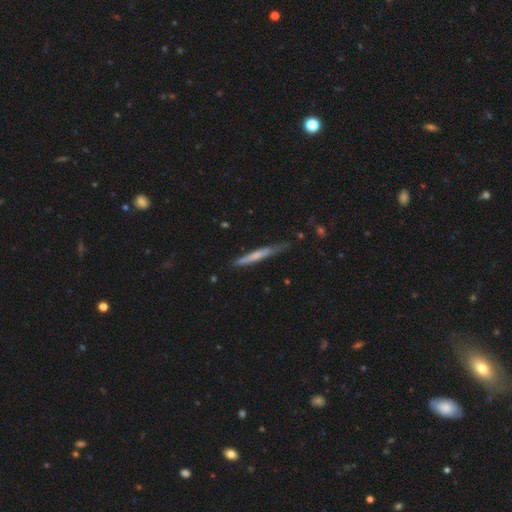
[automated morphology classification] This appears to be a smooth galaxy with no disk features (54%) that is cigar-shaped (96%). Merging: none (69%).